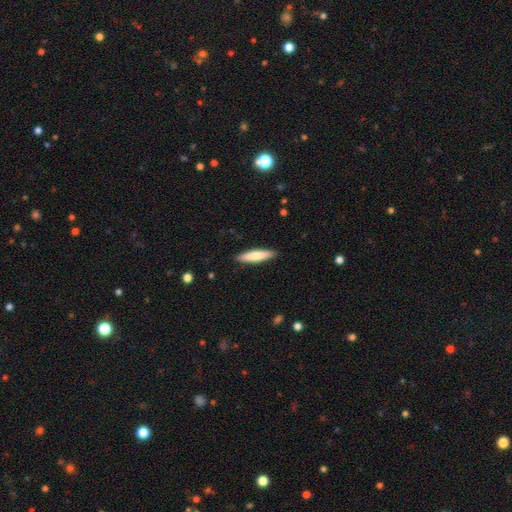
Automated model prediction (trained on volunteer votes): Morphology: type=smooth (76%); roundness=cigar-shaped (81%); merging=none (90%).